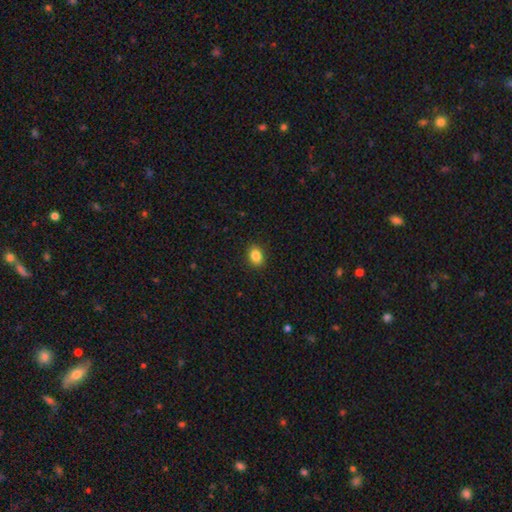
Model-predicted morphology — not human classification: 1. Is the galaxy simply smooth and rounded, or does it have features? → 85% smooth, 10% star or artifact, 5% featured or disk.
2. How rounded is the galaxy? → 63% in between, 35% round, 1% cigar-shaped.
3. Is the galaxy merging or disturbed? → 90% none, 7% minor disturbance, 2% major disturbance, 1% merger.